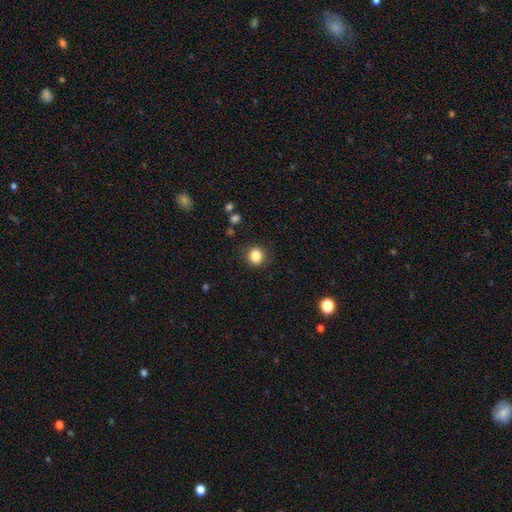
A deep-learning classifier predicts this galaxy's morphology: The model was most divided on "how rounded": round: 79%, in between: 20%, cigar-shaped: 1%. More confident: merging — none (88%); smooth or featured — smooth (85%).